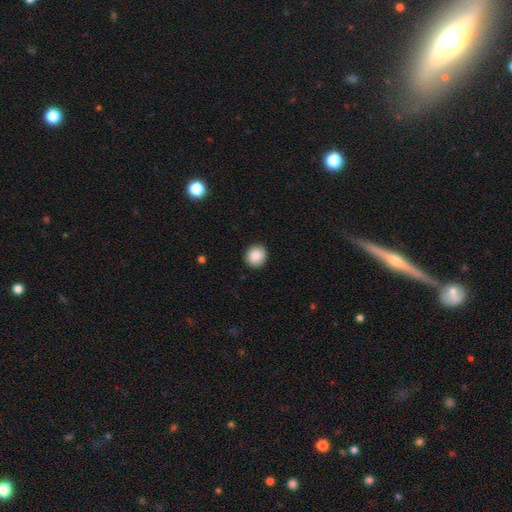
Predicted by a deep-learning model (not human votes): Smooth or featured? smooth (88%)
How rounded? round (91%)
Merging? none (92%)